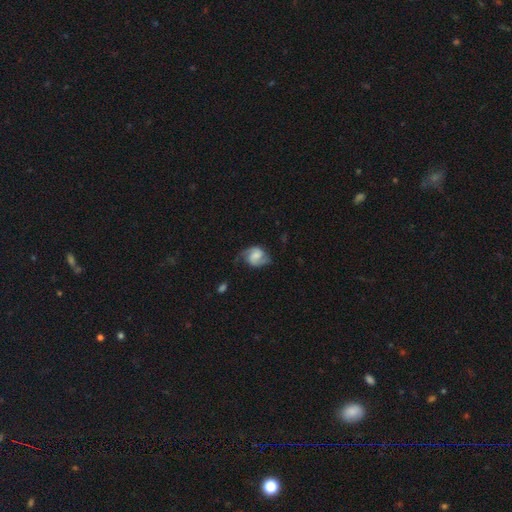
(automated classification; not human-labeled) smooth_or_featured: featured or disk (p=0.66) [alt: smooth p=0.27]
disk_edge_on: no (p=0.98) [alt: yes p=0.02]
bar: no (p=0.47) [alt: weak p=0.41]
has_spiral_arms: yes (p=0.92) [alt: no p=0.08]
spiral_winding: medium (p=0.46) [alt: loose p=0.30]
spiral_arm_count: 2 (p=0.87) [alt: can't tell p=0.06]
bulge_size: moderate (p=0.28) [alt: small p=0.27]
merging: none (p=0.62) [alt: minor disturbance p=0.24]